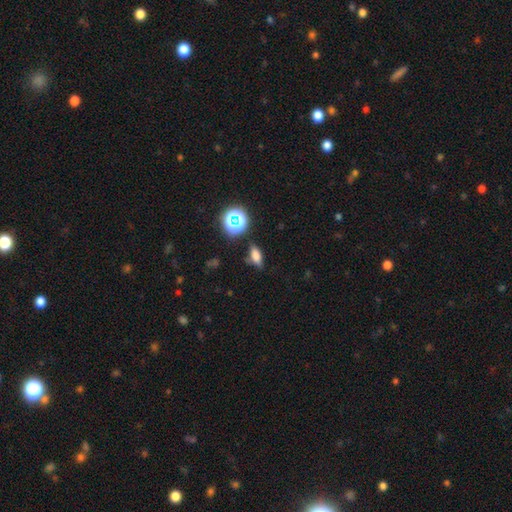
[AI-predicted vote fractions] Overall: smooth (69%). How rounded: in between (70%). Merging: none (76%).